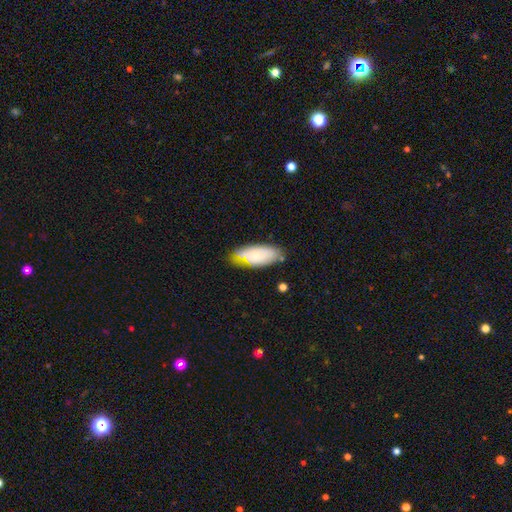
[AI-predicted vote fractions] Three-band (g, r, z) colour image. It shows a smooth galaxy with no disk features (73%) that is in between round and cigar-shaped (85%). Merging: none (67%).